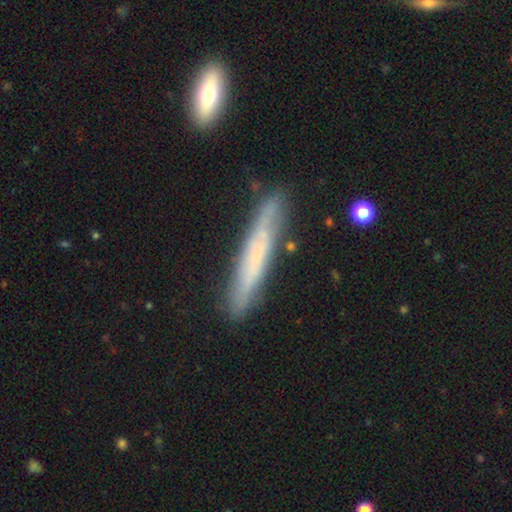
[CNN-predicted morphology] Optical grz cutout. It shows a featured or disk galaxy (47%). Merging: none (81%).